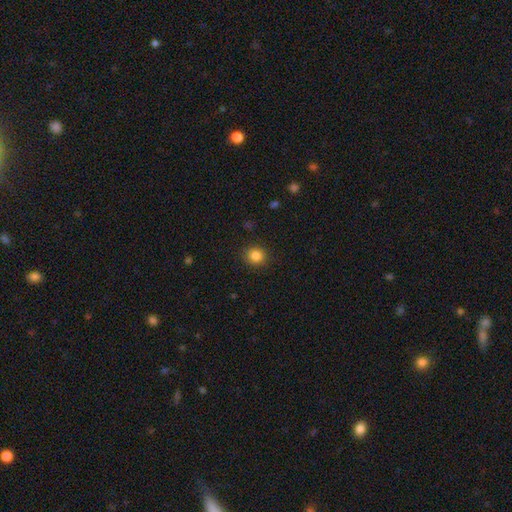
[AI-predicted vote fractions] smooth 84%, star or artifact 11%, featured or disk 4%. Down the decision tree: how rounded — round (87%); merging — none (90%).